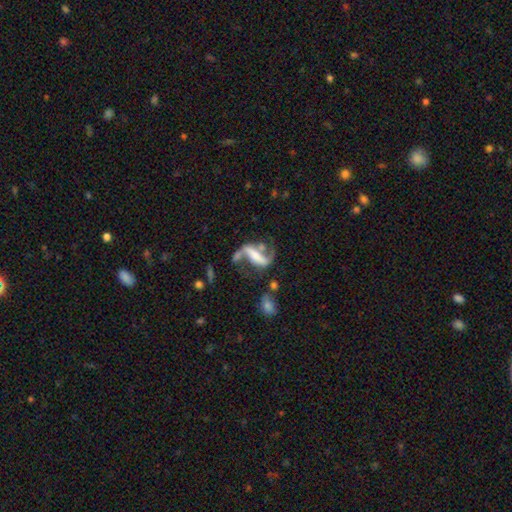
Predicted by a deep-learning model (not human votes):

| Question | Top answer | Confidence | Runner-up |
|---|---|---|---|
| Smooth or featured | featured or disk | 81% | smooth (12%) |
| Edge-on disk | no | 89% | yes (11%) |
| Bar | strong | 61% | weak (21%) |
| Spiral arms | yes | 89% | no (11%) |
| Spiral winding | loose | 74% | medium (20%) |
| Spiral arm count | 2 | 88% | 1 (6%) |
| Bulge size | small | 41% | moderate (33%) |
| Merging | none | 50% | major disturbance (20%) |